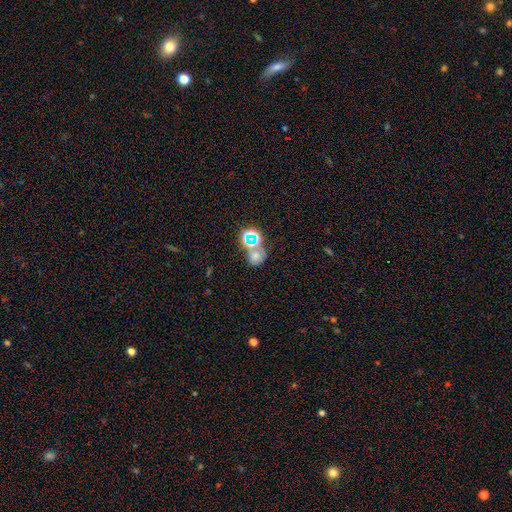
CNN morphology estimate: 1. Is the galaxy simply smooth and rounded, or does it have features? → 52% smooth, 34% star or artifact, 14% featured or disk.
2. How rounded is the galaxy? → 65% round, 34% in between, 1% cigar-shaped.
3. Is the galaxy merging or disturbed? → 42% merger, 40% none, 10% minor disturbance, 8% major disturbance.